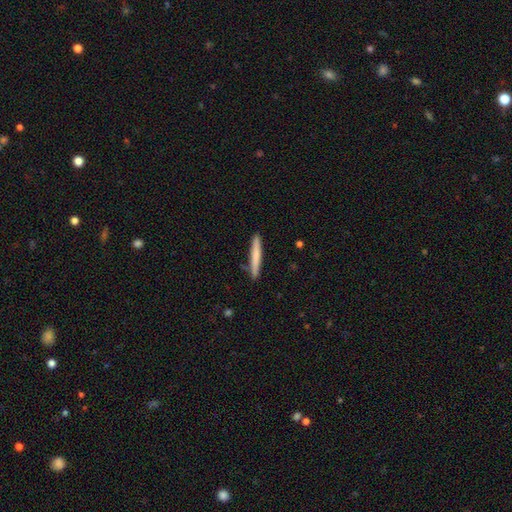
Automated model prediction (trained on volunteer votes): A smooth galaxy with no disk features (72%) that is cigar-shaped (96%).

Vote fractions:
- Smooth or featured? smooth: 72% / featured or disk: 23% / star or artifact: 5%
- How rounded? cigar-shaped: 96% / in between: 3% / round: 1%
- Merging? none: 88% / minor disturbance: 9% / merger: 2% / major disturbance: 2%